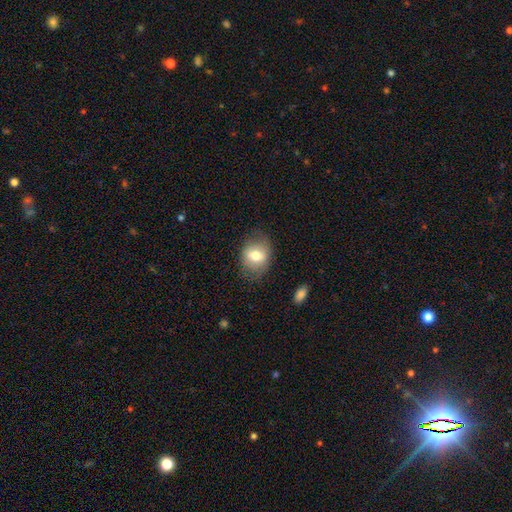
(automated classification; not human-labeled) smooth-or-featured: smooth: 69% | featured or disk: 22% | star or artifact: 9%
  how-rounded: in between: 53% | round: 46% | cigar-shaped: 1%
  merging: none: 75% | minor disturbance: 18% | major disturbance: 6% | merger: 1%